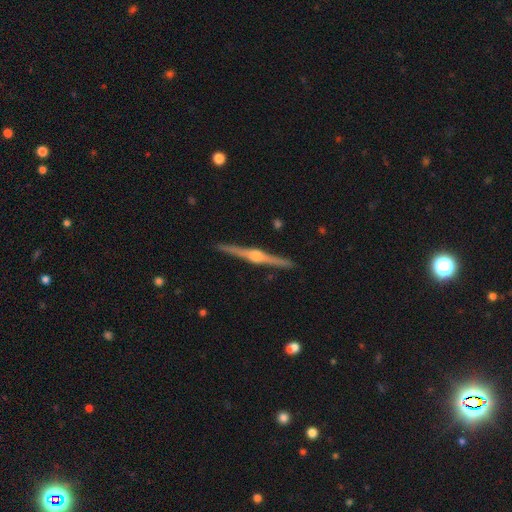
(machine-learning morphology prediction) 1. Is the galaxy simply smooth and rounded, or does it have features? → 88% featured or disk, 8% smooth, 4% star or artifact.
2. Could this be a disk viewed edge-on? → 99% yes, 1% no.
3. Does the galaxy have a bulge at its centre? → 91% rounded, 6% boxy, 3% none.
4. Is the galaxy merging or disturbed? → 93% none, 5% minor disturbance, 1% major disturbance, 1% merger.